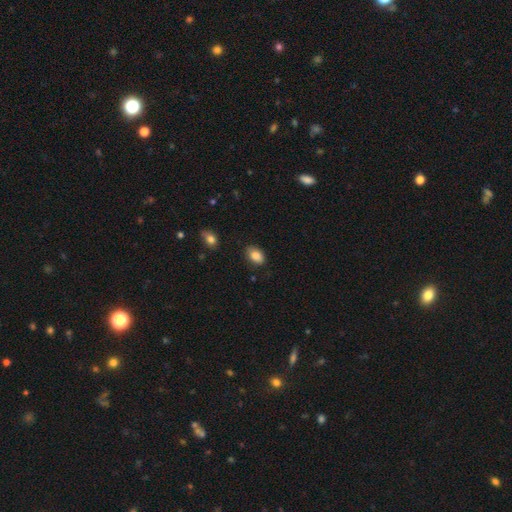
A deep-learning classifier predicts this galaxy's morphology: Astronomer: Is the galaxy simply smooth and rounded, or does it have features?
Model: smooth — 86%.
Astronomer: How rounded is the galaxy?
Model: in between — 87%.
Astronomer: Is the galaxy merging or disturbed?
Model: none — 83%.